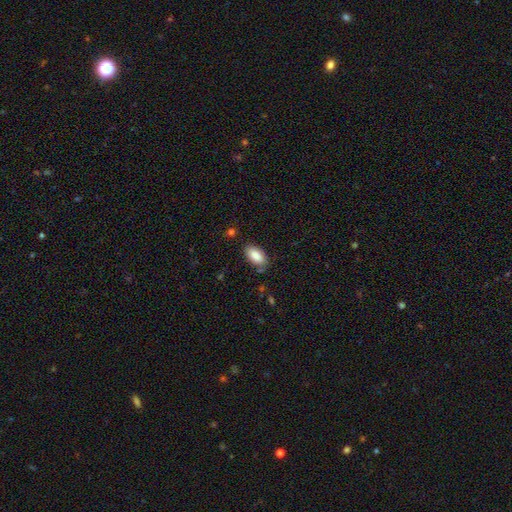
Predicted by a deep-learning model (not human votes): Smooth or featured: smooth — 87% (star or artifact — 7%)
How rounded: in between — 94% (round — 3%)
Merging: none — 81% (minor disturbance — 14%)